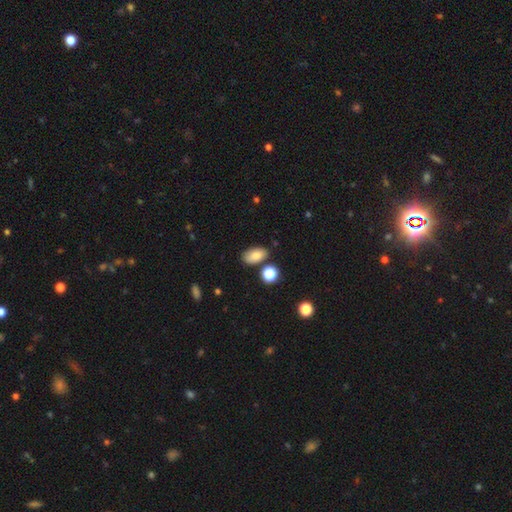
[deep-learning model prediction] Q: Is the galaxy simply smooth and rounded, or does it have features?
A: smooth — 83%.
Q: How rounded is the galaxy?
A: in between — 91%.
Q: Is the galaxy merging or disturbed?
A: none — 77%.